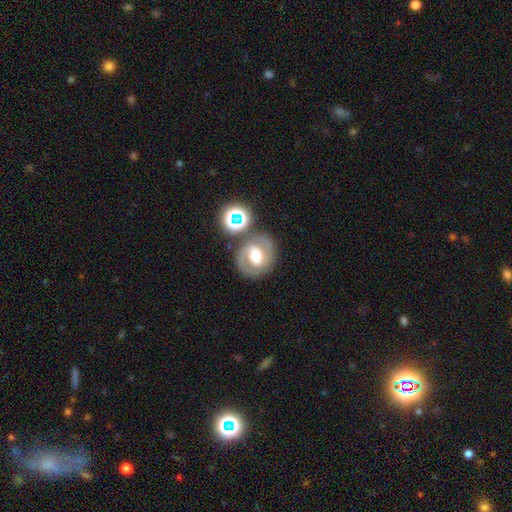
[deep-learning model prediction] Overall: featured or disk (73%). Edge-on disk: no (97%). Bar: weak (43%; no 31%). Spiral arms: yes (87%). Spiral arm count: 2 (85%). Spiral winding: medium (47%; tight 41%). Bulge size: moderate (64%). Merging: none (74%).